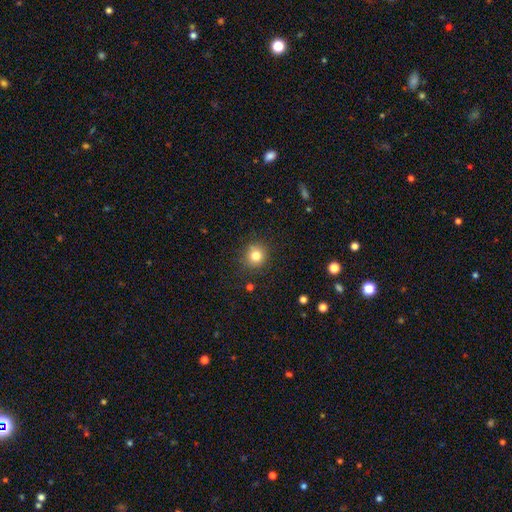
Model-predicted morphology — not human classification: Smooth or featured? Predicted: smooth (p=0.81). How rounded? Predicted: round (p=0.89). Merging? Predicted: none (p=0.86).